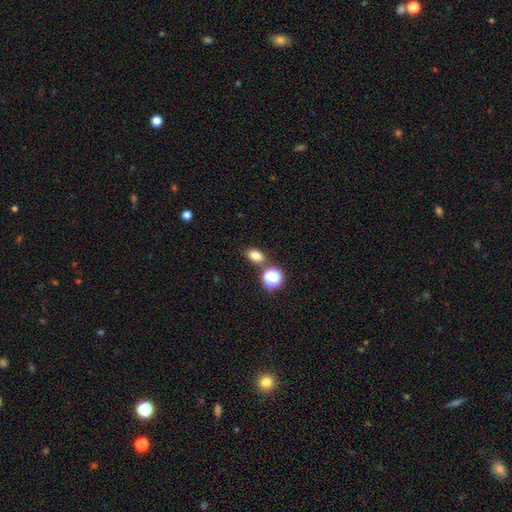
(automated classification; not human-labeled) Smooth or featured: smooth — 78% (star or artifact — 16%)
How rounded: in between — 68% (round — 30%)
Merging: none — 73% (merger — 12%)